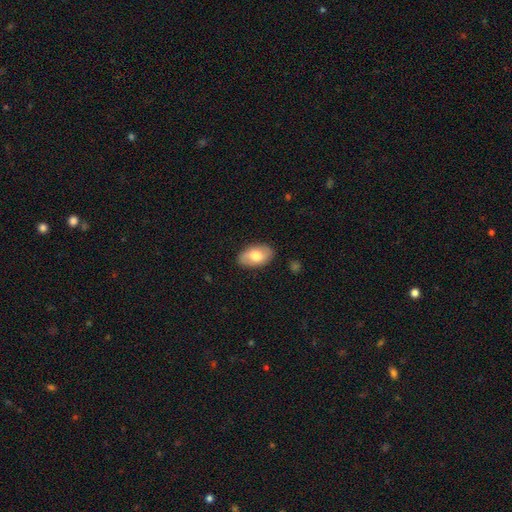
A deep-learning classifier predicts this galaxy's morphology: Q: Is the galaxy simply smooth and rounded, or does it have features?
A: smooth — 66%.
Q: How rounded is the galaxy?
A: in between — 92%.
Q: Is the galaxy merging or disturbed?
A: none — 85%.